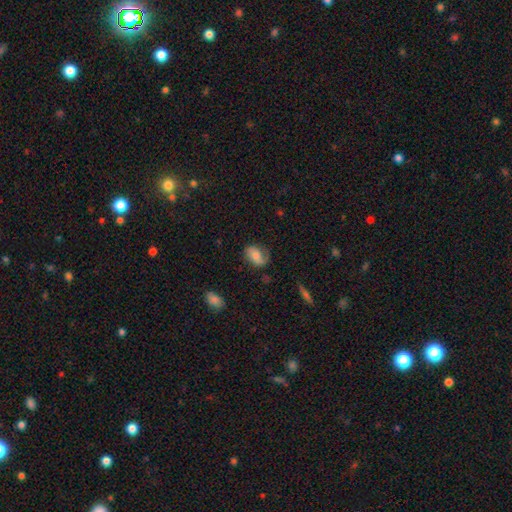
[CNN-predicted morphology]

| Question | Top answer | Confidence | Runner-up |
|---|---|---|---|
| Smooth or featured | smooth | 49% | featured or disk (43%) |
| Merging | none | 67% | minor disturbance (23%) |